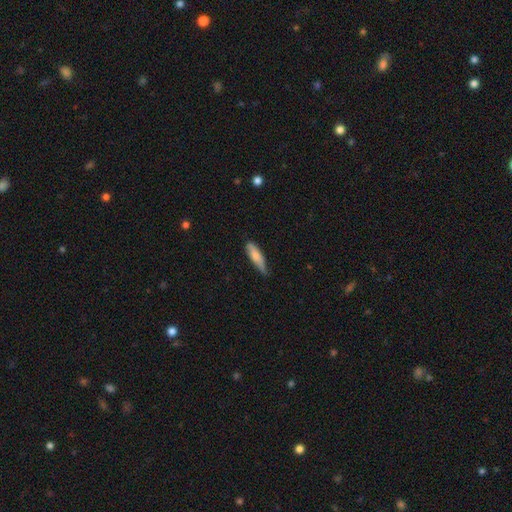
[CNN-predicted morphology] smooth_or_featured: smooth (p=0.73) [alt: featured or disk p=0.21]
how_rounded: cigar-shaped (p=0.70) [alt: in between p=0.28]
merging: none (p=0.61) [alt: minor disturbance p=0.32]